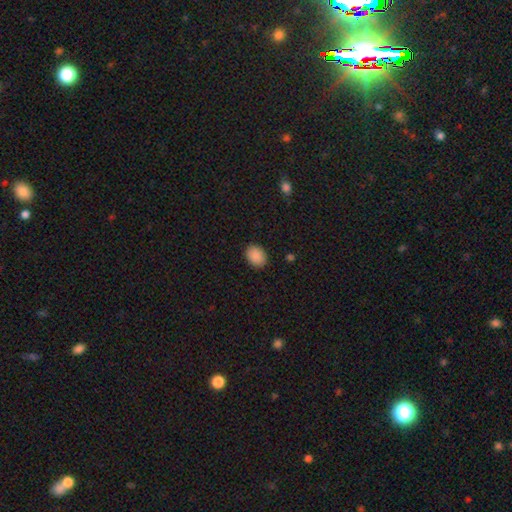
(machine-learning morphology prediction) A smooth galaxy with no disk features (90%) that is in between round and cigar-shaped (63%).

Vote fractions:
- Smooth or featured? smooth: 90% / star or artifact: 8% / featured or disk: 3%
- How rounded? in between: 63% / round: 36% / cigar-shaped: 1%
- Merging? none: 89% / minor disturbance: 8% / major disturbance: 2% / merger: 1%